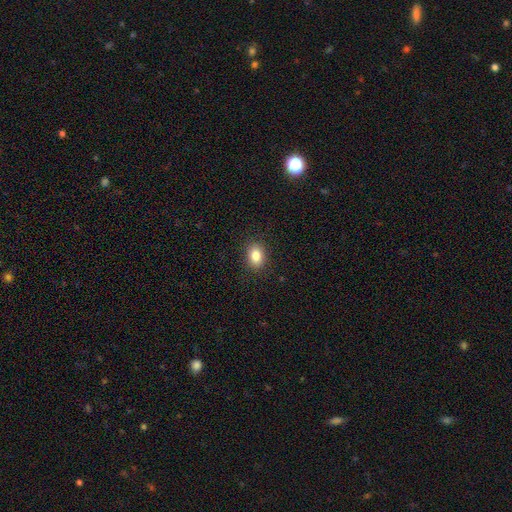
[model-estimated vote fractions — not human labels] Smooth or featured: smooth — 85% (star or artifact — 9%)
How rounded: in between — 77% (round — 22%)
Merging: none — 88% (minor disturbance — 8%)